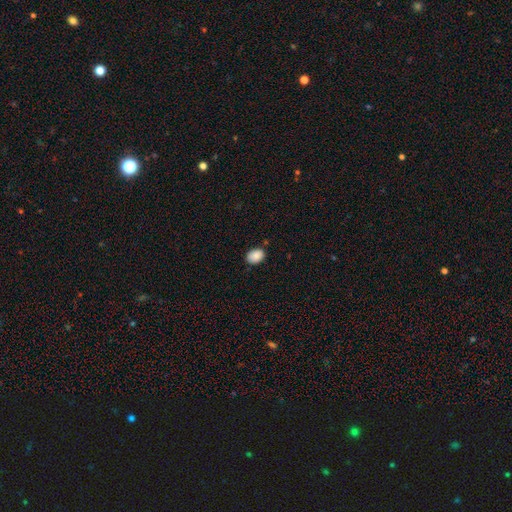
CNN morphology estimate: A smooth galaxy with no disk features (87%) that is in between round and cigar-shaped (75%). Merging: none (79%).